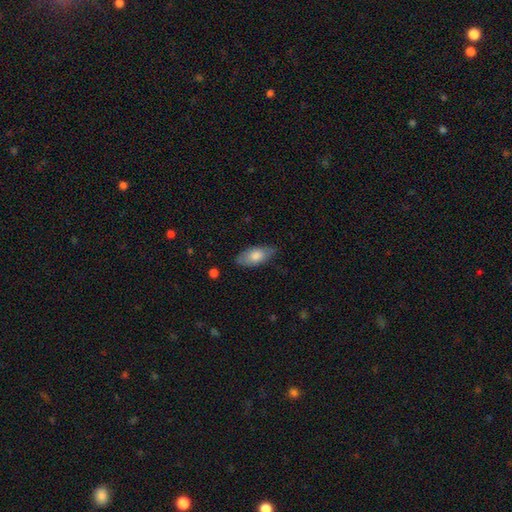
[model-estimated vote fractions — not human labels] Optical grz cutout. It shows a smooth galaxy with no disk features (73%) that is in between round and cigar-shaped (87%). Merging: none (75%).